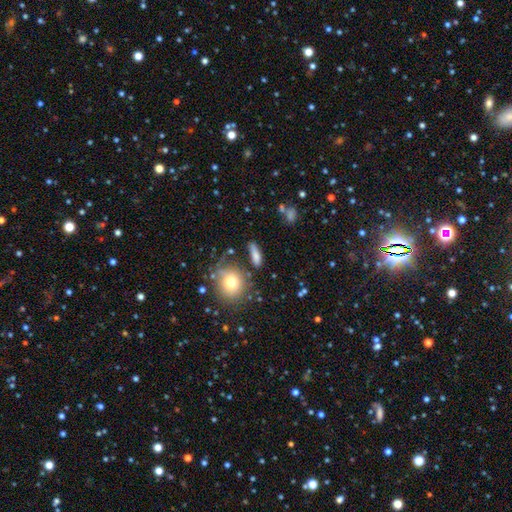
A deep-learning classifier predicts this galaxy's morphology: A smooth galaxy with no disk features (71%) that is cigar-shaped (52%).

Vote fractions:
- Smooth or featured? smooth: 71% / featured or disk: 16% / star or artifact: 12%
- How rounded? cigar-shaped: 52% / in between: 36% / round: 12%
- Merging? none: 70% / minor disturbance: 17% / merger: 7% / major disturbance: 6%